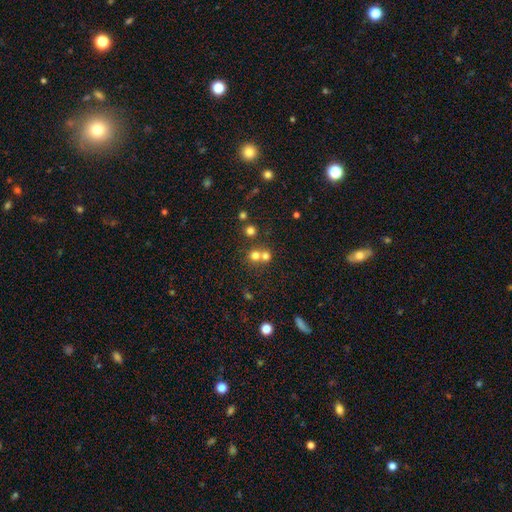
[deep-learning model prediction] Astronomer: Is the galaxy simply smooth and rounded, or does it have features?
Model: smooth — 71%.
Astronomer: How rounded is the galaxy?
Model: round — 87%.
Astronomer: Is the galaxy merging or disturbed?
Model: merger — 49% (runner-up: none, 44%).